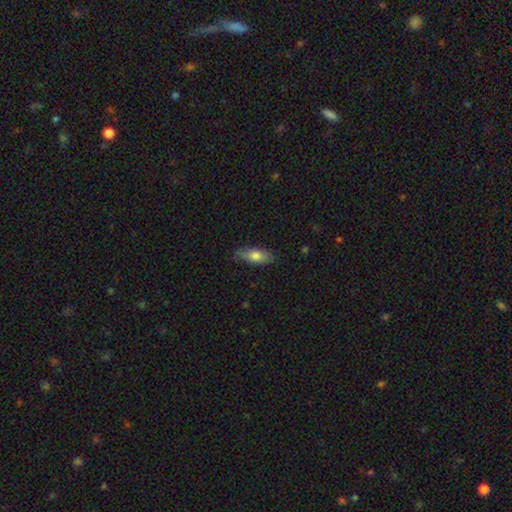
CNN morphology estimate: Q: Smooth or featured?
A: smooth (76%); runner-up: featured or disk (17%)
Q: How rounded?
A: in between (76%); runner-up: cigar-shaped (21%)
Q: Merging?
A: none (71%); runner-up: minor disturbance (23%)